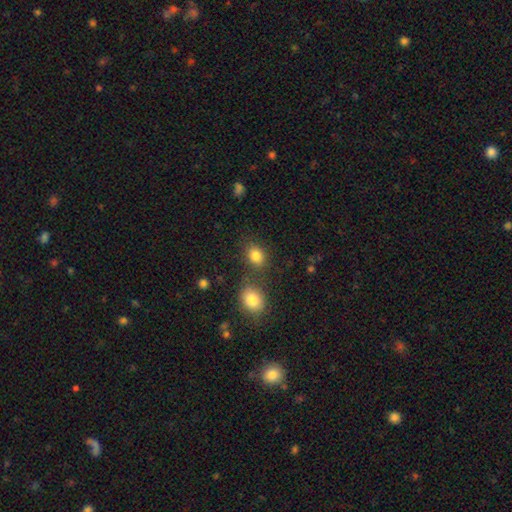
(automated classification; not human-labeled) Q: Smooth or featured?
A: smooth (83%); runner-up: star or artifact (11%)
Q: How rounded?
A: in between (58%); runner-up: round (41%)
Q: Merging?
A: none (71%); runner-up: merger (14%)